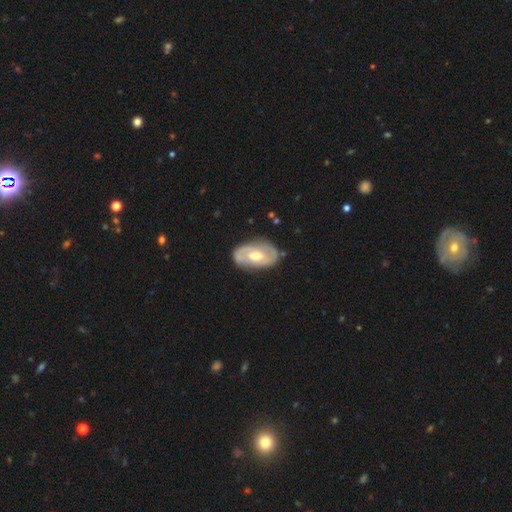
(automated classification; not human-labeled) A featured or disk galaxy (74%) with a weak bar (43%), spiral arms (71%) and a moderate central bulge (73%).

Vote fractions:
- Smooth or featured? featured or disk: 74% / smooth: 22% / star or artifact: 4%
- Edge-on disk? no: 95% / yes: 5%
- Bar? weak: 43% / no: 42% / strong: 15%
- Spiral arms? yes: 71% / no: 29%
- Bulge size? moderate: 73% / large: 12% / small: 12% / none: 1% / dominant: 1%
- Merging? none: 78% / minor disturbance: 16% / major disturbance: 4% / merger: 2%